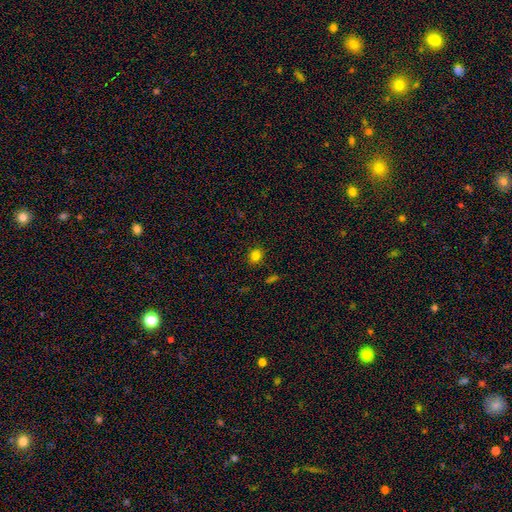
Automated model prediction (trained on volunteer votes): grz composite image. It shows a smooth galaxy with no disk features (81%) that is round (64%). Merging: none (87%).